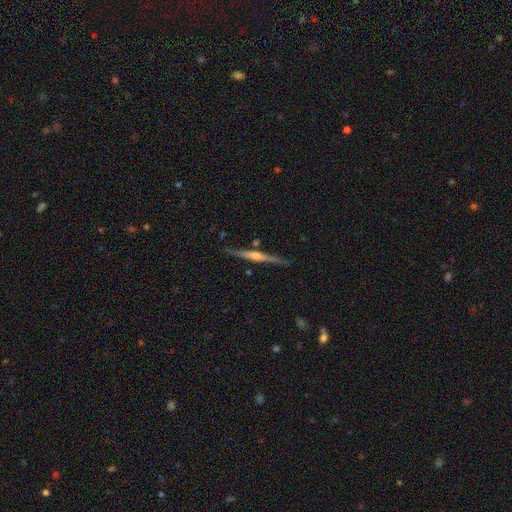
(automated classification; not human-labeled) Smooth or featured: featured or disk — 76% (smooth — 18%)
Edge-on disk: yes — 98% (no — 2%)
Edge-on bulge: rounded — 73% (none — 17%)
Merging: none — 87% (minor disturbance — 9%)